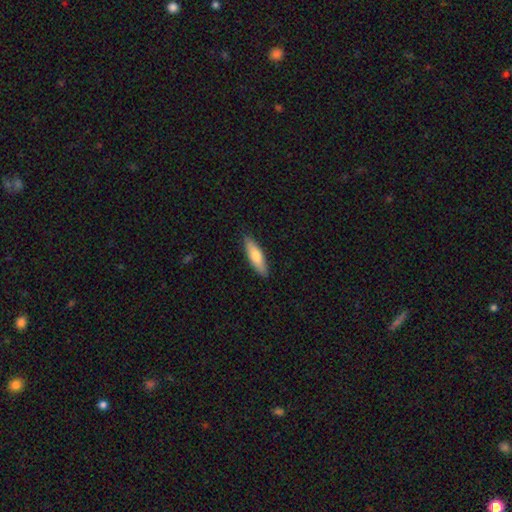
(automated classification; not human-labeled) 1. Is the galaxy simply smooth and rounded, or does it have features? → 72% smooth, 23% featured or disk, 5% star or artifact.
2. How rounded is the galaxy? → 62% cigar-shaped, 36% in between, 2% round.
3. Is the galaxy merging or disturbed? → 89% none, 9% minor disturbance, 2% major disturbance, 1% merger.